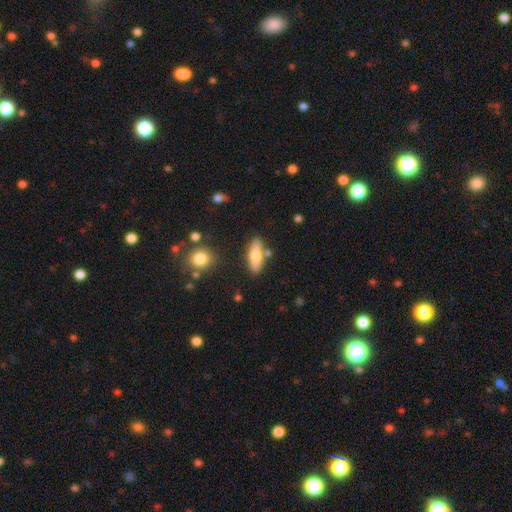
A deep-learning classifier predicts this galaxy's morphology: Smooth or featured?
  - smooth: 72% *
  - featured or disk: 21%
  - star or artifact: 6%
How rounded?
  - in between: 66% *
  - cigar-shaped: 32%
  - round: 3%
Merging?
  - none: 78% *
  - minor disturbance: 12%
  - merger: 8%
  - major disturbance: 3%